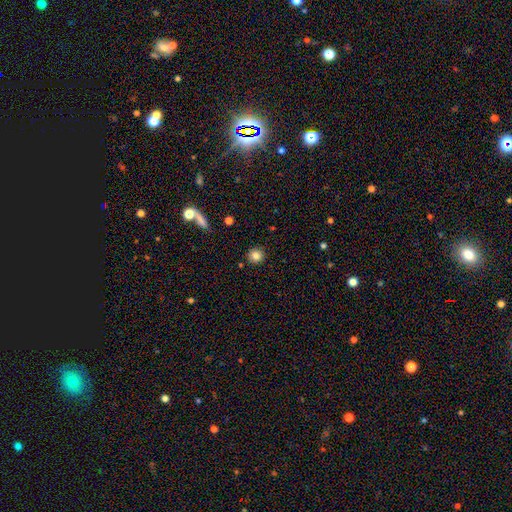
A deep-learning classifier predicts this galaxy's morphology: smooth 83%, star or artifact 11%, featured or disk 7%. Down the decision tree: how rounded — round (92%); merging — none (89%).